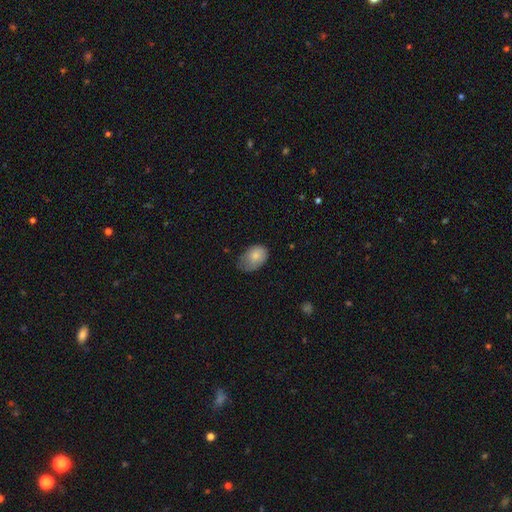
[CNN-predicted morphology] This is clearly a smooth galaxy (80%). How rounded: clearly in between (84%). Merging: marginally minor disturbance (45%).